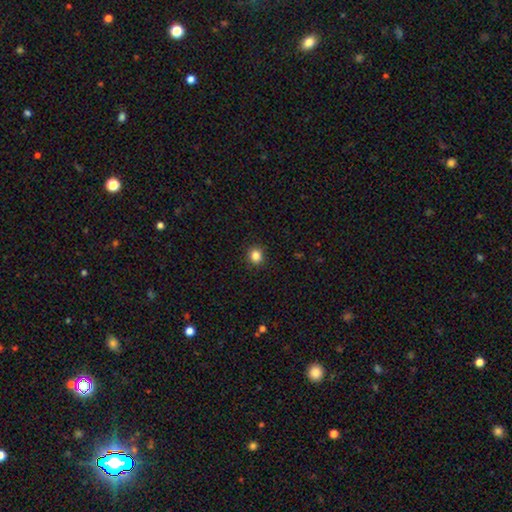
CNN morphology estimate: Q: Smooth or featured?
A: smooth (84%); runner-up: star or artifact (12%)
Q: How rounded?
A: round (86%); runner-up: in between (13%)
Q: Merging?
A: none (91%); runner-up: minor disturbance (6%)